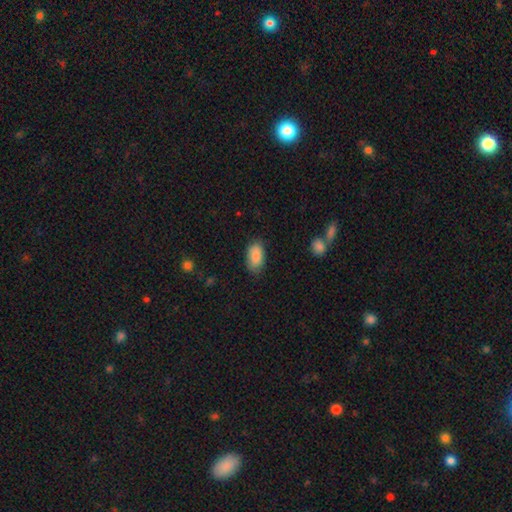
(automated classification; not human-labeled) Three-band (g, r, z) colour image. It shows a smooth galaxy with no disk features (87%) that is in between round and cigar-shaped (93%). Merging: none (78%).